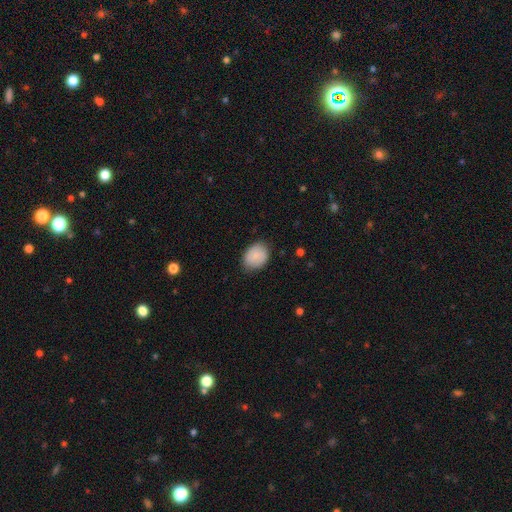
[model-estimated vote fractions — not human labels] The model was most divided on "how rounded": in between: 61%, round: 38%, cigar-shaped: 1%. More confident: smooth or featured — smooth (80%); merging — none (79%).